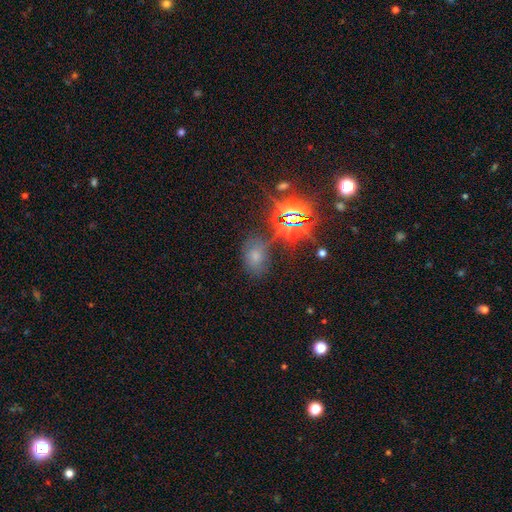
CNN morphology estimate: Smooth or featured? smooth (48%)
Merging? none (67%)